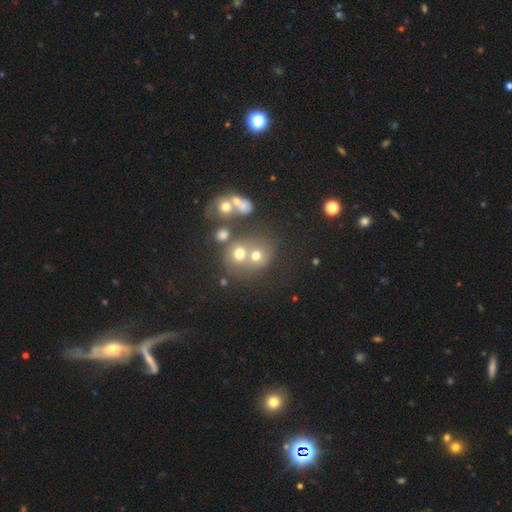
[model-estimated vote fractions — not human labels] Smooth or featured?
  - smooth: 63% *
  - star or artifact: 19%
  - featured or disk: 18%
How rounded?
  - round: 76% *
  - in between: 23%
  - cigar-shaped: 1%
Merging?
  - merger: 46% *
  - none: 40%
  - minor disturbance: 8%
  - major disturbance: 5%